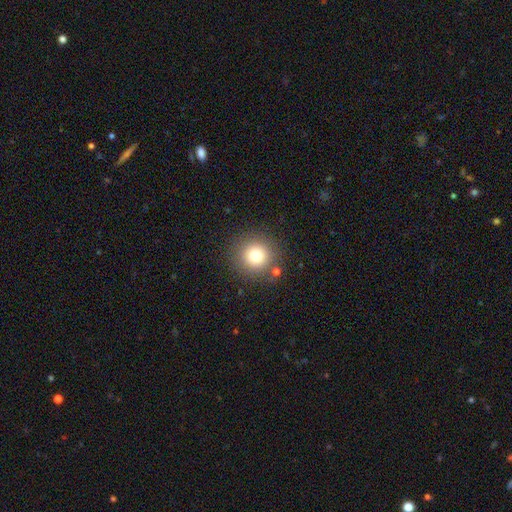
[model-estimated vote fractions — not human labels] smooth_or_featured: smooth (p=0.78) [alt: star or artifact p=0.13]
how_rounded: round (p=0.93) [alt: in between p=0.06]
merging: none (p=0.85) [alt: minor disturbance p=0.08]